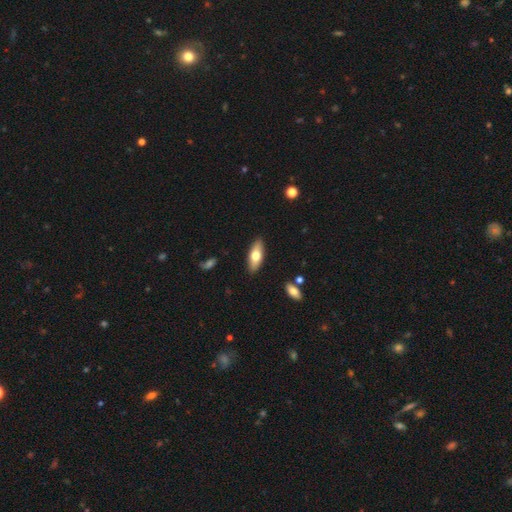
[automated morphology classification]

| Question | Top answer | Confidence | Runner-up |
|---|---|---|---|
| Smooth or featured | smooth | 68% | featured or disk (26%) |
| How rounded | in between | 72% | cigar-shaped (26%) |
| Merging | none | 88% | minor disturbance (9%) |